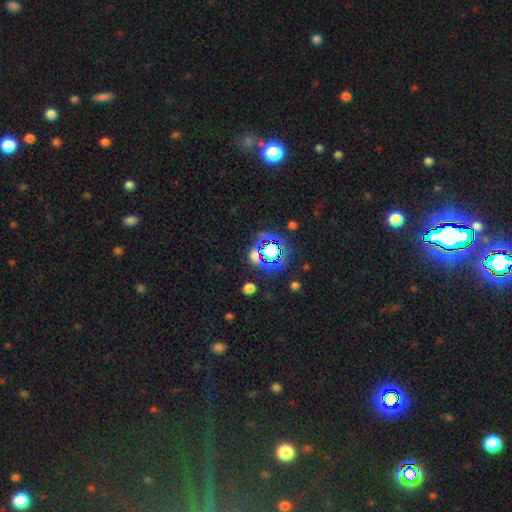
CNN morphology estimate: smooth_or_featured: star or artifact (p=0.61) [alt: smooth p=0.29]